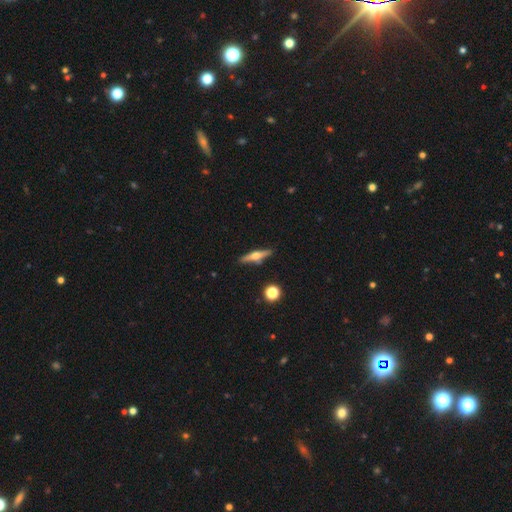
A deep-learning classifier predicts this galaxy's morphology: smooth-or-featured: featured or disk: 66% | smooth: 28% | star or artifact: 6%
  disk-edge-on: yes: 96% | no: 4%
    edge-on-bulge: rounded: 94% | boxy: 3% | none: 2%
  merging: none: 88% | minor disturbance: 8% | merger: 3% | major disturbance: 2%